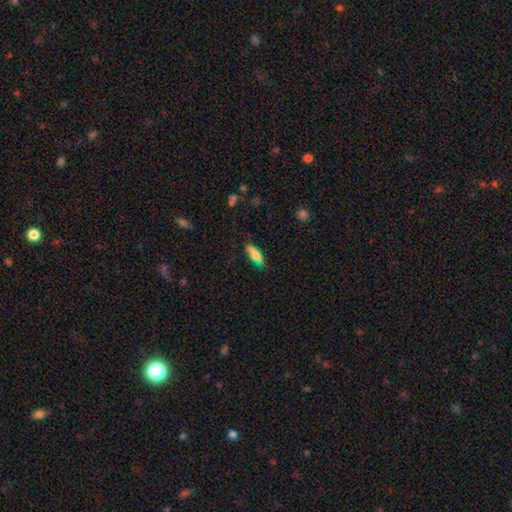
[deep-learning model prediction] A smooth galaxy with no disk features (70%) that is in between round and cigar-shaped (50%).

Vote fractions:
- Smooth or featured? smooth: 70% / featured or disk: 21% / star or artifact: 9%
- How rounded? in between: 50% / cigar-shaped: 48% / round: 3%
- Merging? none: 73% / minor disturbance: 18% / major disturbance: 5% / merger: 4%